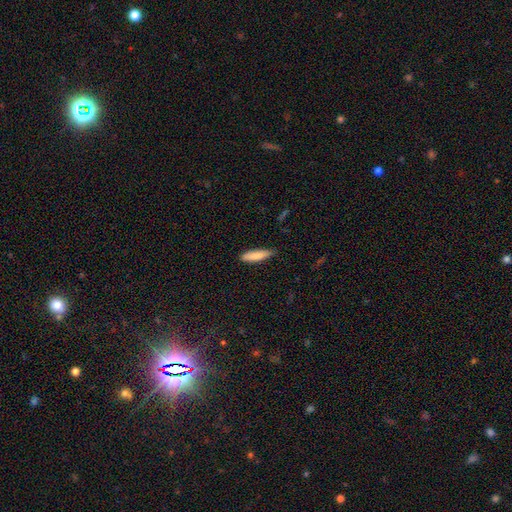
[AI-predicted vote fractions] Q: Smooth or featured?
A: smooth (85%); runner-up: featured or disk (9%)
Q: How rounded?
A: cigar-shaped (71%); runner-up: in between (28%)
Q: Merging?
A: none (79%); runner-up: minor disturbance (17%)